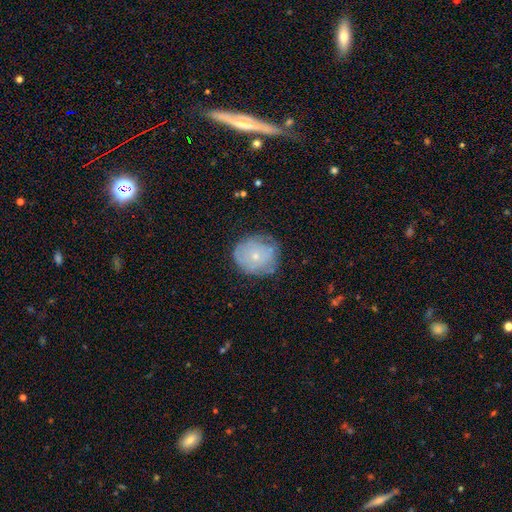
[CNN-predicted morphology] Overall: smooth (53%; featured or disk 38%). How rounded: round (79%). Merging: none (68%).